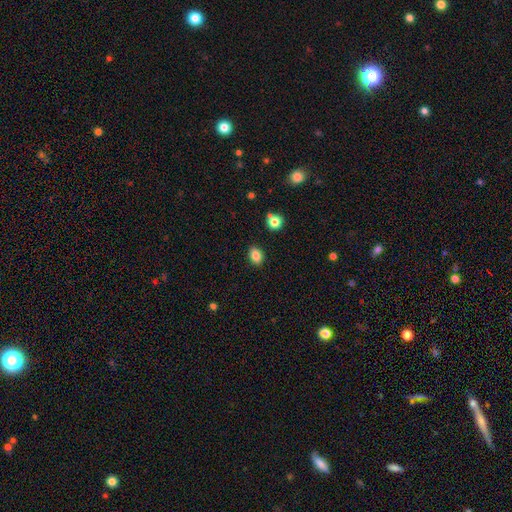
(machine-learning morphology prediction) smooth_or_featured: smooth (p=0.85) [alt: star or artifact p=0.10]
how_rounded: in between (p=0.68) [alt: round p=0.31]
merging: none (p=0.88) [alt: minor disturbance p=0.08]